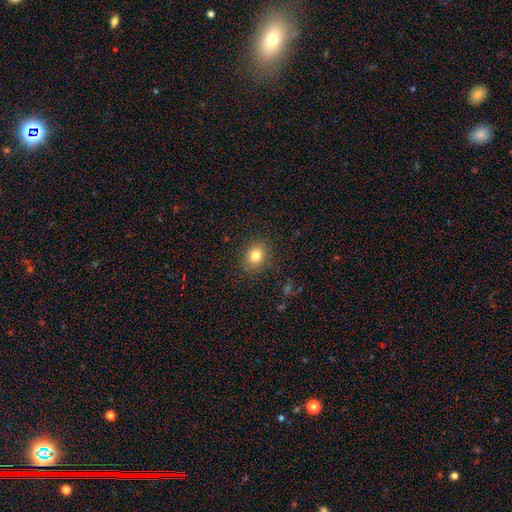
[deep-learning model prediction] Q: Smooth or featured?
A: smooth (81%); runner-up: star or artifact (12%)
Q: How rounded?
A: round (62%); runner-up: in between (37%)
Q: Merging?
A: none (86%); runner-up: minor disturbance (10%)